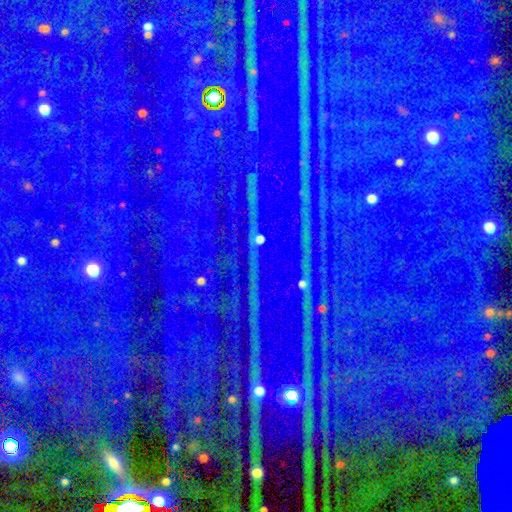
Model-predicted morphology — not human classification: smooth_or_featured: star or artifact (p=0.84) [alt: smooth p=0.08]